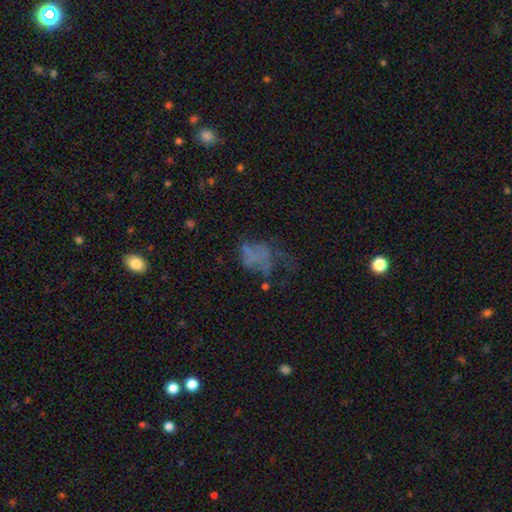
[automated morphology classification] This appears to be a featured or disk galaxy (42%). Merging: major disturbance (46%).